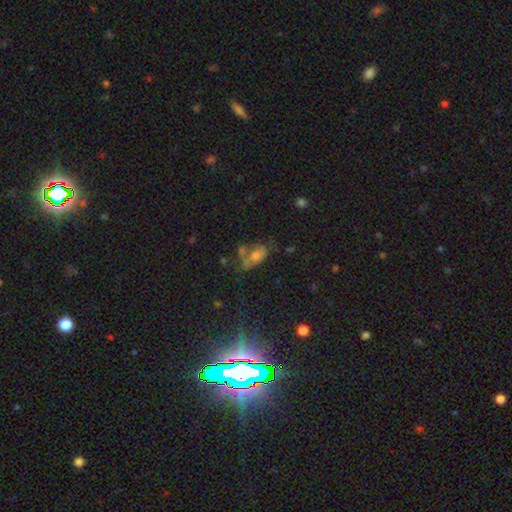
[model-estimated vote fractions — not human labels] Overall: smooth (57%; featured or disk 23%). How rounded: in between (84%). Merging: none (44%; merger 24%).